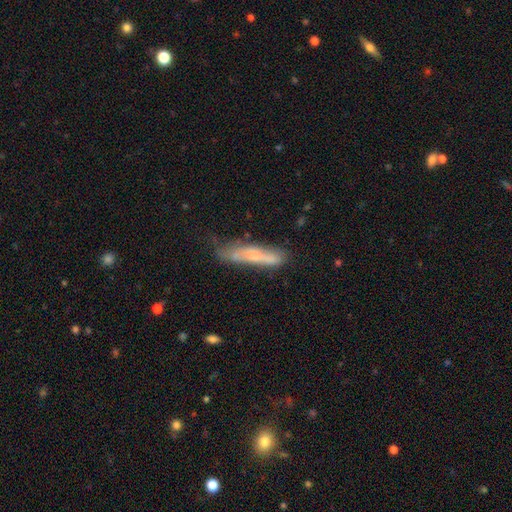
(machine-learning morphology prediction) type=smooth (54%); roundness=cigar-shaped (88%); merging=none (55%).